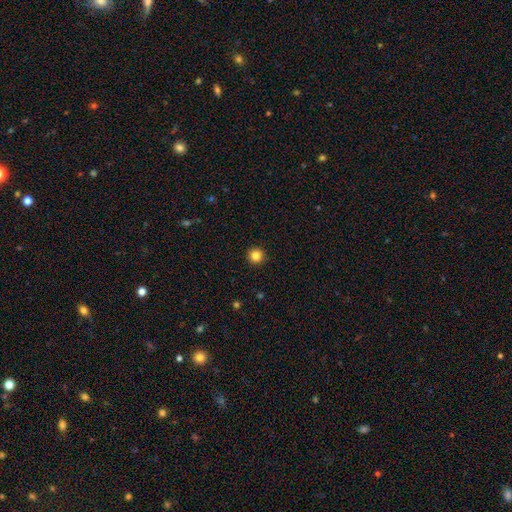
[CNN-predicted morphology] smooth-or-featured: smooth: 85% | star or artifact: 11% | featured or disk: 4%
  how-rounded: round: 96% | in between: 3% | cigar-shaped: 1%
  merging: none: 94% | minor disturbance: 4% | major disturbance: 1% | merger: 1%